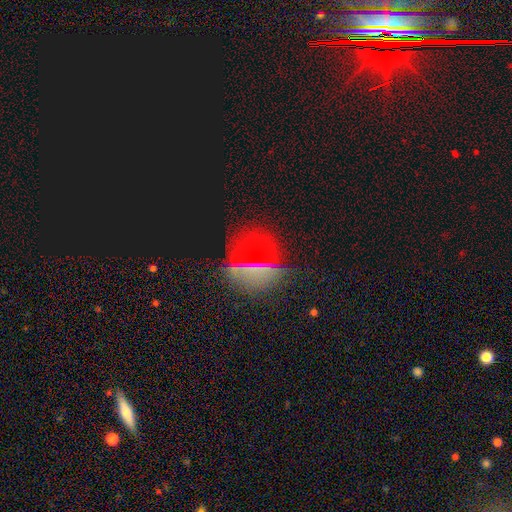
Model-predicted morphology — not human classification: Smooth or featured: smooth — 49% (star or artifact — 36%)
Merging: none — 77% (minor disturbance — 12%)